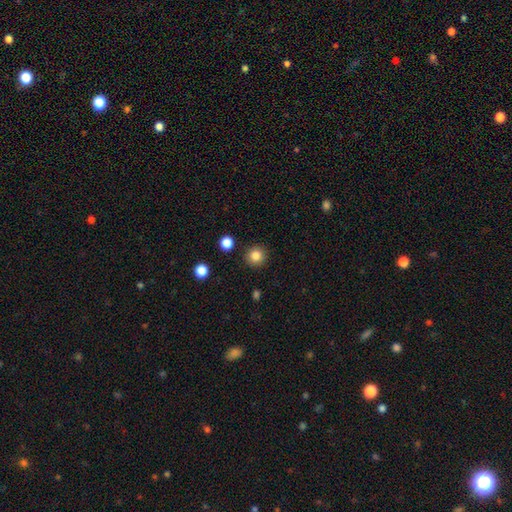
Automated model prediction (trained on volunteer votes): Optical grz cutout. It shows a smooth galaxy with no disk features (84%) that is round (94%). Merging: none (91%).